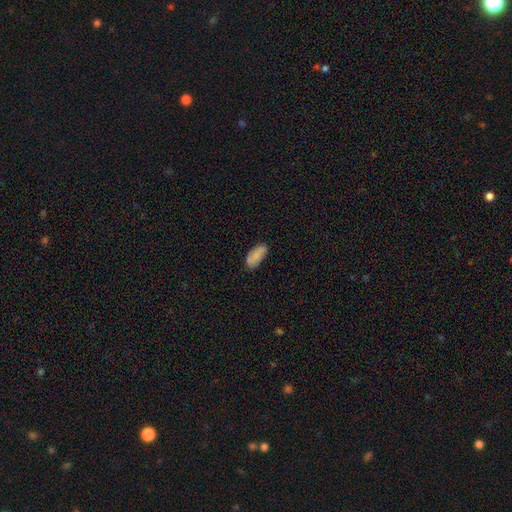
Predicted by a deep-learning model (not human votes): Smooth or featured? Predicted: smooth (p=0.85). How rounded? Predicted: in between (p=0.88). Merging? Predicted: none (p=0.77).